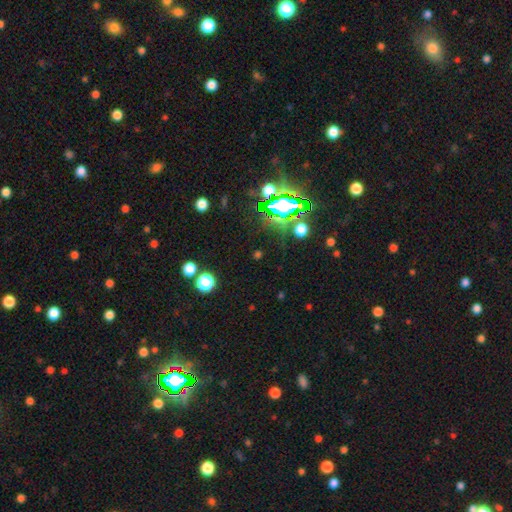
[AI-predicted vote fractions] Smooth or featured?
  - star or artifact: 68% *
  - smooth: 22%
  - featured or disk: 10%